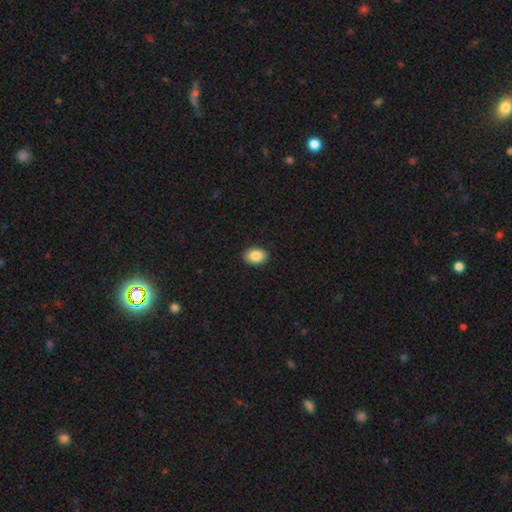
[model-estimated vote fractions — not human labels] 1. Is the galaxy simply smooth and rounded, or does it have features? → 88% smooth, 8% star or artifact, 4% featured or disk.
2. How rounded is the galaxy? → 80% in between, 19% round, 1% cigar-shaped.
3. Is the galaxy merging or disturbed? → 90% none, 7% minor disturbance, 2% major disturbance, 1% merger.